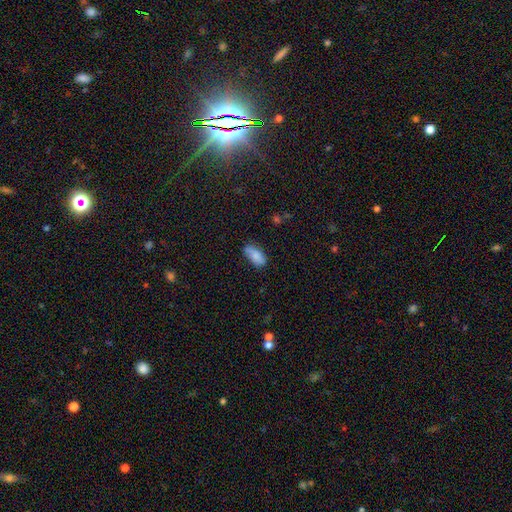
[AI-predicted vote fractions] A smooth galaxy with no disk features (79%) that is in between round and cigar-shaped (88%).

Vote fractions:
- Smooth or featured? smooth: 79% / featured or disk: 13% / star or artifact: 7%
- How rounded? in between: 88% / cigar-shaped: 9% / round: 3%
- Merging? none: 63% / minor disturbance: 27% / major disturbance: 6% / merger: 4%